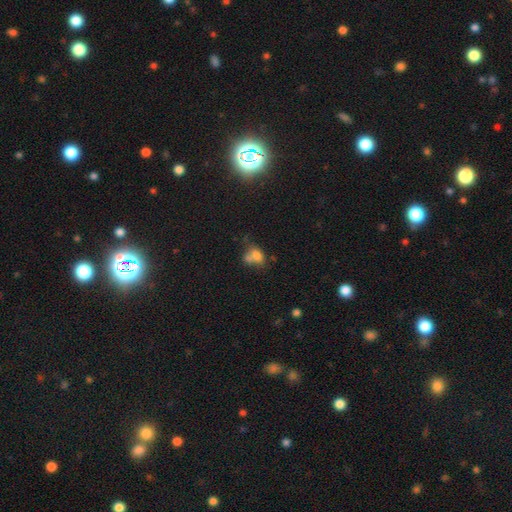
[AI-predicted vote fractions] smooth_or_featured: smooth (p=0.71) [alt: featured or disk p=0.15]
how_rounded: in between (p=0.72) [alt: round p=0.26]
merging: merger (p=0.48) [alt: none p=0.29]